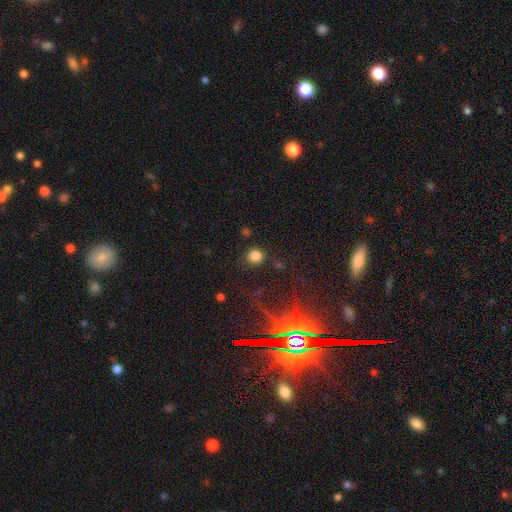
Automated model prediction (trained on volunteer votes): A smooth galaxy with no disk features (80%) that is round (92%).

Vote fractions:
- Smooth or featured? smooth: 80% / star or artifact: 16% / featured or disk: 5%
- How rounded? round: 92% / in between: 7% / cigar-shaped: 1%
- Merging? none: 86% / minor disturbance: 8% / merger: 3% / major disturbance: 3%